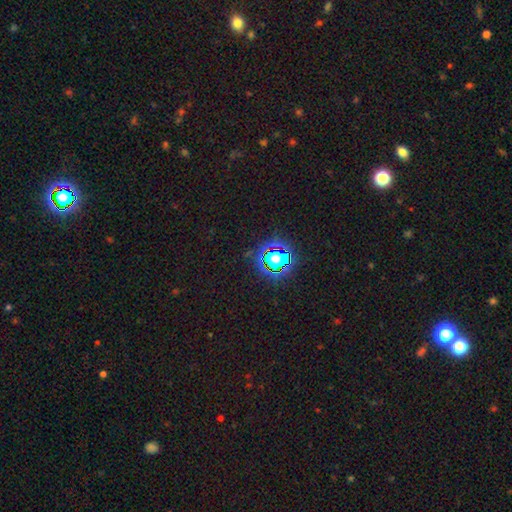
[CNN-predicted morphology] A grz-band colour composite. It shows a star or artifact, not a galaxy (80%).